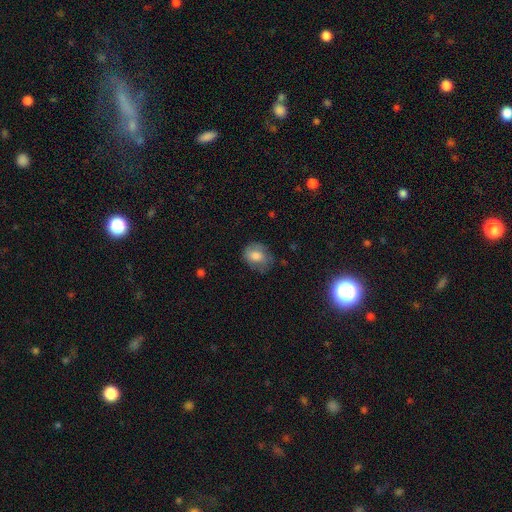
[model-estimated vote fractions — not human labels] Overall: smooth (66%). How rounded: round (53%; in between 46%). Merging: none (59%; minor disturbance 28%).